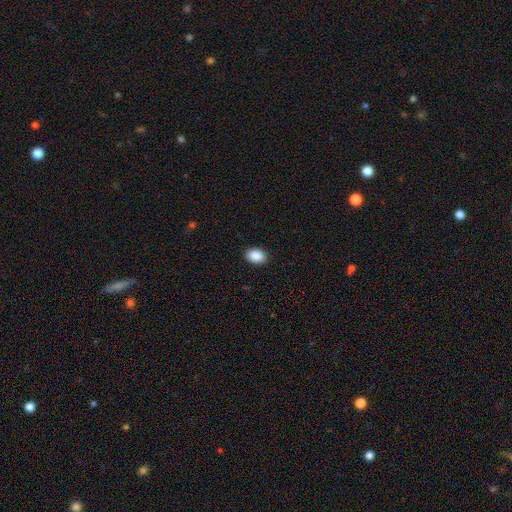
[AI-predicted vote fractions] A smooth galaxy with no disk features (88%) that is in between round and cigar-shaped (80%).

Vote fractions:
- Smooth or featured? smooth: 88% / star or artifact: 8% / featured or disk: 4%
- How rounded? in between: 80% / round: 19% / cigar-shaped: 1%
- Merging? none: 91% / minor disturbance: 7% / major disturbance: 2% / merger: 1%